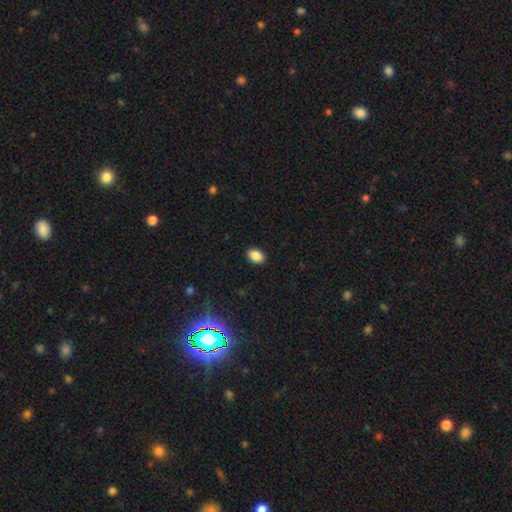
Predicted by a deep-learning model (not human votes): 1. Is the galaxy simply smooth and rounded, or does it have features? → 87% smooth, 9% star or artifact, 4% featured or disk.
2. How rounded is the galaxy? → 84% in between, 14% round, 1% cigar-shaped.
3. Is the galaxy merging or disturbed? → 90% none, 7% minor disturbance, 2% major disturbance, 1% merger.